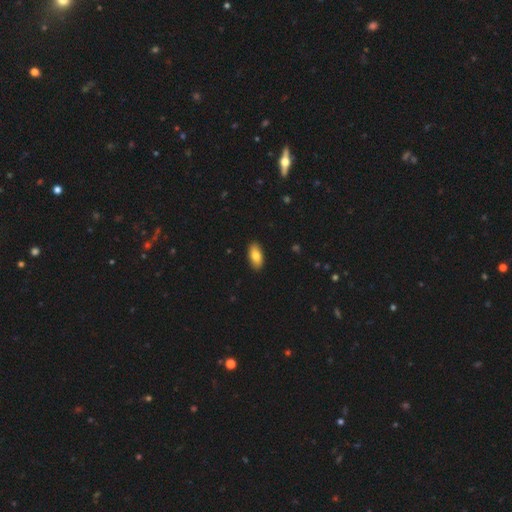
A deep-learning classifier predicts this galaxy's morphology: This is clearly a smooth galaxy (81%). How rounded: clearly in between (91%). Merging: clearly none (90%).